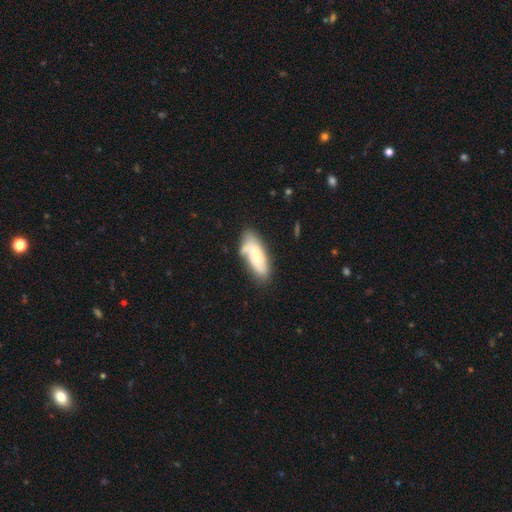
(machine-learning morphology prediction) smooth-or-featured: smooth: 60% | featured or disk: 34% | star or artifact: 7%
  how-rounded: in between: 71% | cigar-shaped: 28% | round: 2%
  merging: none: 53% | minor disturbance: 27% | merger: 11% | major disturbance: 10%